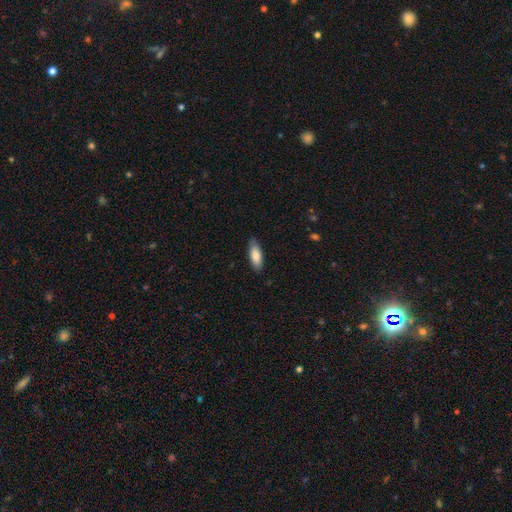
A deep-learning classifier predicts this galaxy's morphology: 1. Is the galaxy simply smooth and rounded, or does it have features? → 81% smooth, 13% featured or disk, 6% star or artifact.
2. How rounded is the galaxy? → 68% in between, 31% cigar-shaped, 2% round.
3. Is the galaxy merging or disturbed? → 83% none, 14% minor disturbance, 2% major disturbance, 1% merger.